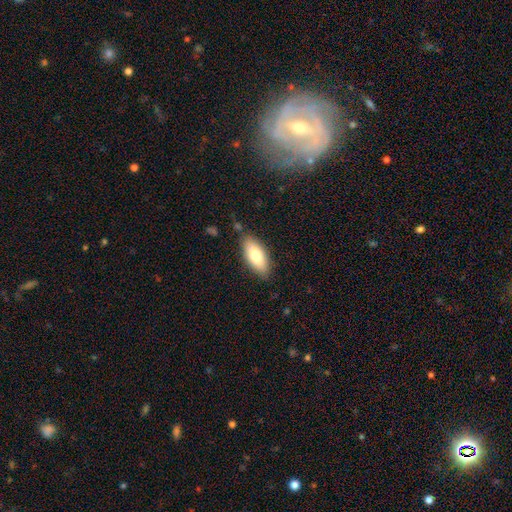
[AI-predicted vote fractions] A smooth galaxy with no disk features (78%) that is in between round and cigar-shaped (85%).

Vote fractions:
- Smooth or featured? smooth: 78% / featured or disk: 16% / star or artifact: 6%
- How rounded? in between: 85% / cigar-shaped: 13% / round: 2%
- Merging? none: 82% / minor disturbance: 13% / major disturbance: 3% / merger: 2%